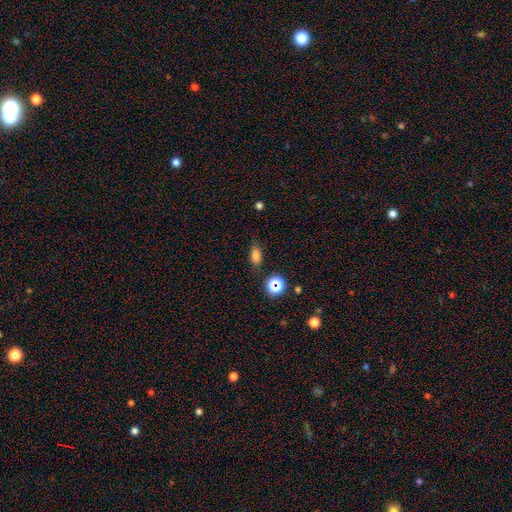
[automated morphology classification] Smooth or featured: smooth — 78% (star or artifact — 15%)
How rounded: in between — 81% (round — 13%)
Merging: none — 76% (minor disturbance — 17%)